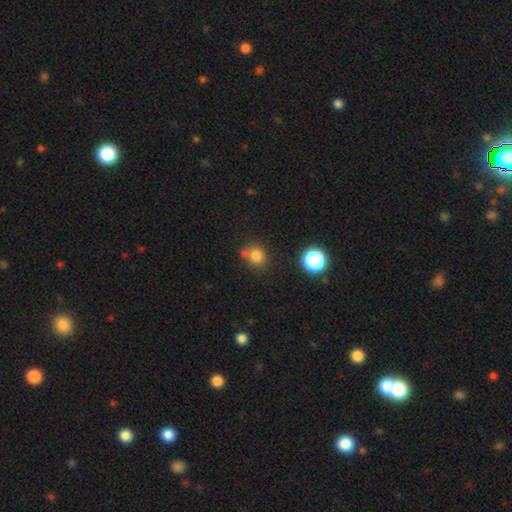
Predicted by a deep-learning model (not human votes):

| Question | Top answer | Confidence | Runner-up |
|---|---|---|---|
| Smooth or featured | smooth | 78% | star or artifact (15%) |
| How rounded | round | 75% | in between (24%) |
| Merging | none | 65% | merger (17%) |